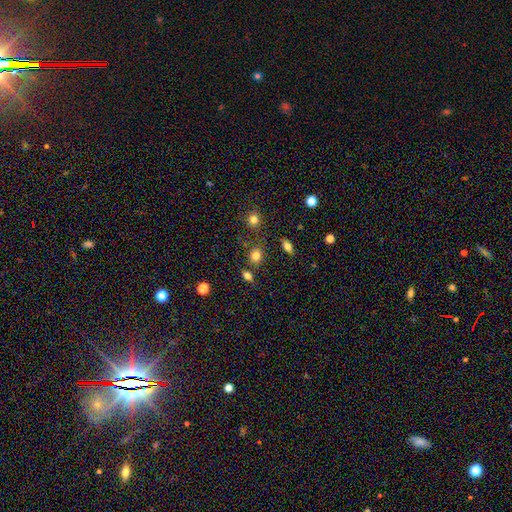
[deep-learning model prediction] The model was most divided on "how rounded": round: 63%, in between: 35%, cigar-shaped: 2%. More confident: smooth or featured — smooth (80%); merging — none (71%).